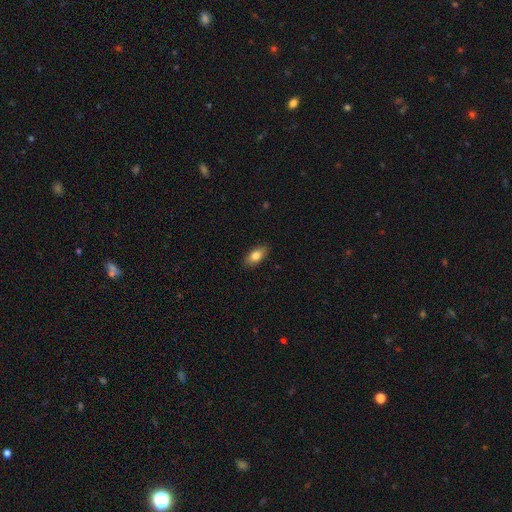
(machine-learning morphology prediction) smooth-or-featured: smooth: 81% | featured or disk: 11% | star or artifact: 7%
  how-rounded: in between: 89% | cigar-shaped: 6% | round: 5%
  merging: none: 87% | minor disturbance: 10% | major disturbance: 2% | merger: 1%